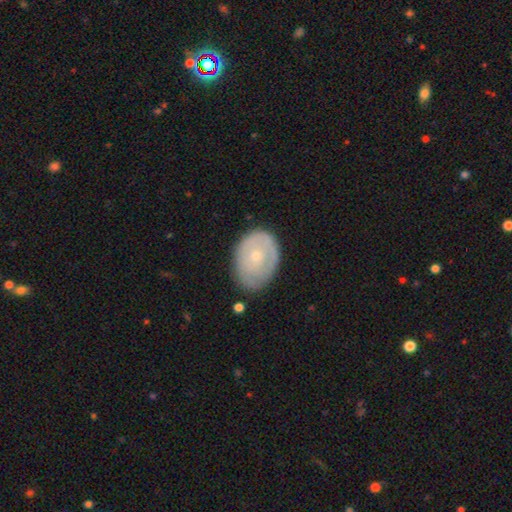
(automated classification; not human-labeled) The model was most divided on "smooth or featured": featured or disk: 49%, smooth: 45%, star or artifact: 6%. More confident: merging — none (68%).